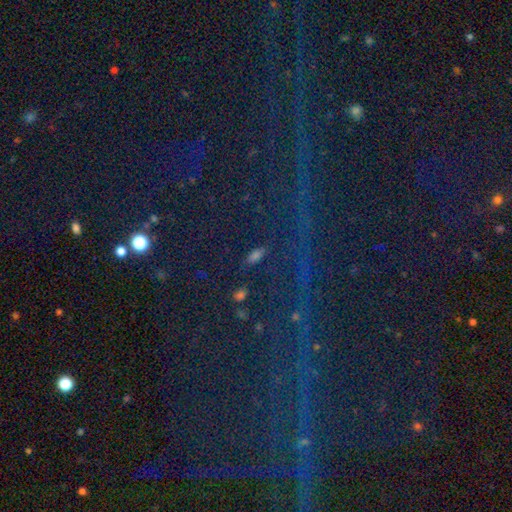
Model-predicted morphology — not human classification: Q: Smooth or featured?
A: smooth (46%); runner-up: star or artifact (41%)
Q: Merging?
A: none (77%); runner-up: minor disturbance (12%)